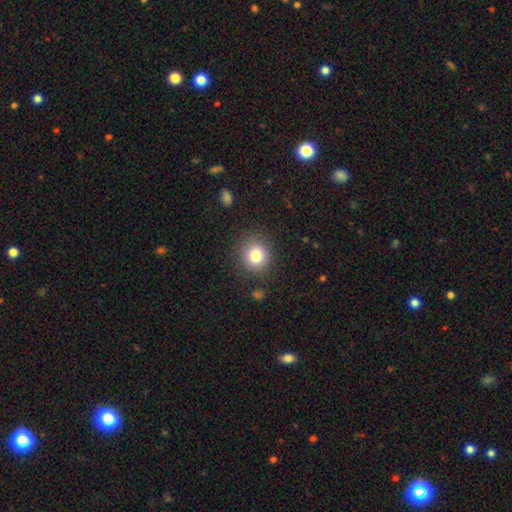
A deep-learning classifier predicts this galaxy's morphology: smooth-or-featured: smooth: 82% | star or artifact: 11% | featured or disk: 7%
  how-rounded: round: 84% | in between: 15% | cigar-shaped: 1%
  merging: none: 86% | minor disturbance: 9% | major disturbance: 3% | merger: 2%